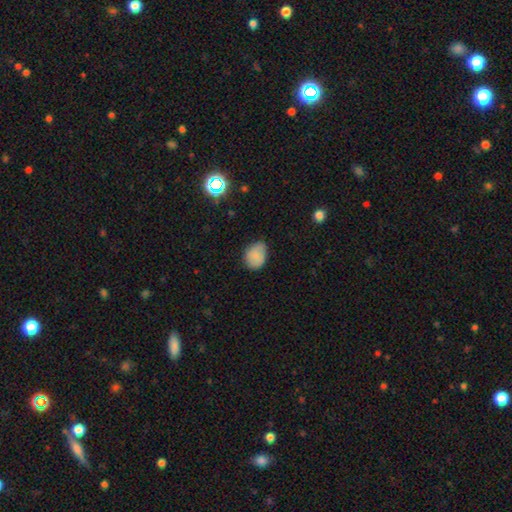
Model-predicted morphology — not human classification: Smooth or featured? Predicted: smooth (p=0.80). How rounded? Predicted: in between (p=0.59). Merging? Predicted: none (p=0.62).